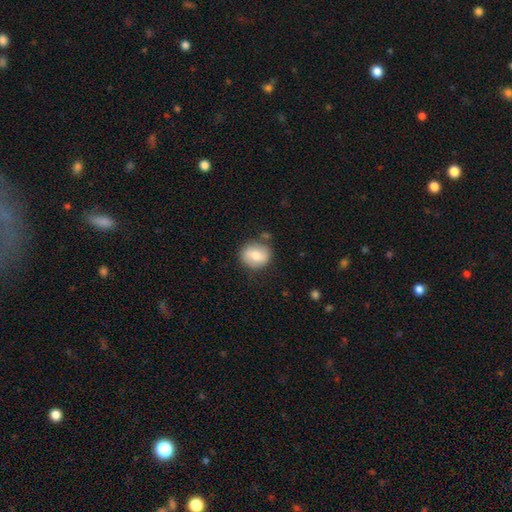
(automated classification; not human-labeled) smooth_or_featured: smooth (p=0.71) [alt: featured or disk p=0.22]
how_rounded: round (p=0.74) [alt: in between p=0.25]
merging: none (p=0.78) [alt: minor disturbance p=0.14]